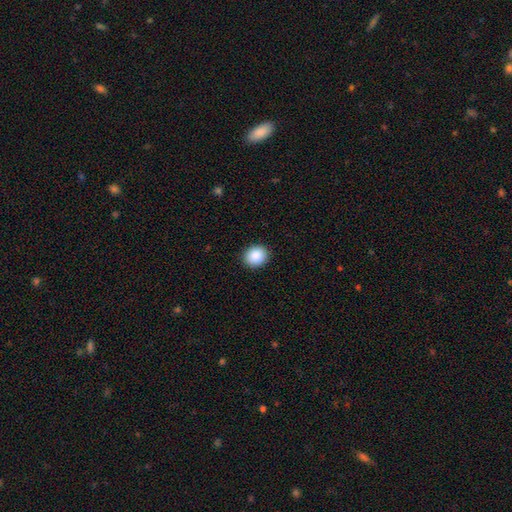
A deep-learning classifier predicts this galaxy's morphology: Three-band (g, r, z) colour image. It shows a smooth galaxy with no disk features (89%) that is round (76%). Merging: none (92%).